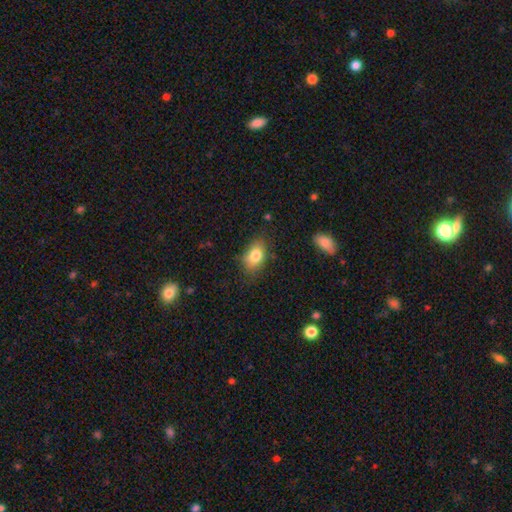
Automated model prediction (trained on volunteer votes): Q: Smooth or featured?
A: smooth (81%); runner-up: featured or disk (10%)
Q: How rounded?
A: in between (83%); runner-up: round (15%)
Q: Merging?
A: none (72%); runner-up: minor disturbance (21%)